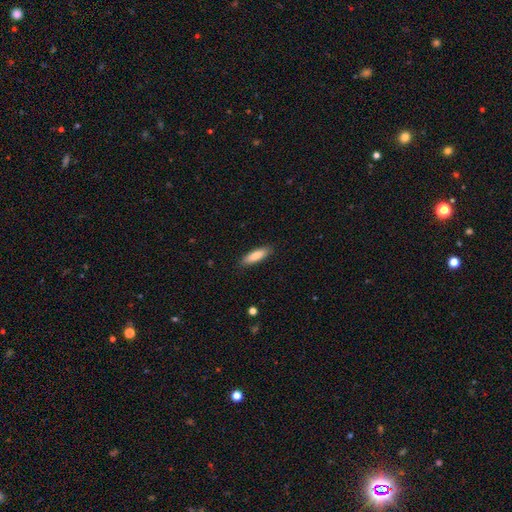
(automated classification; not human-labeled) The model was most divided on "how rounded": cigar-shaped: 58%, in between: 41%, round: 1%. More confident: merging — none (87%); smooth or featured — smooth (85%).